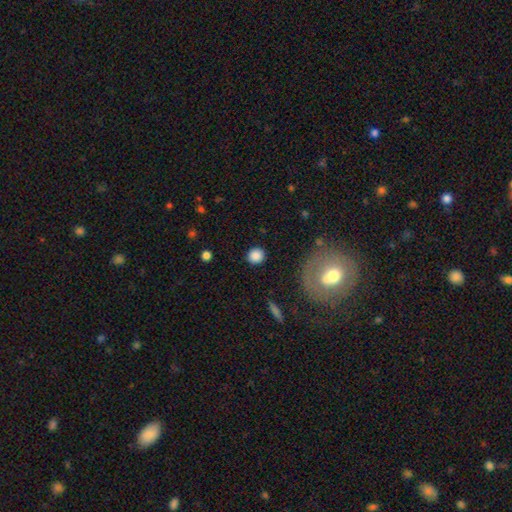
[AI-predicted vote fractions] A smooth galaxy with no disk features (87%) that is round (89%). Merging: none (89%).